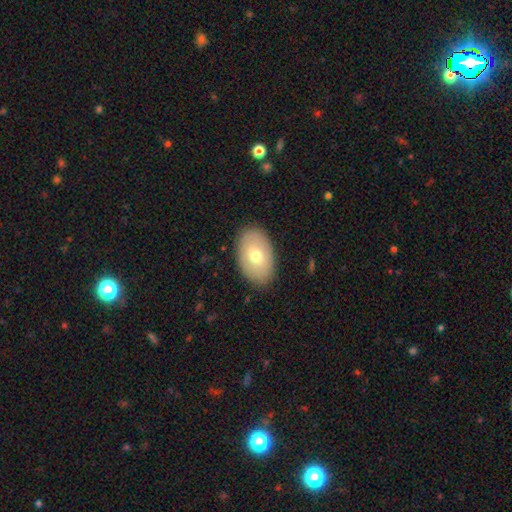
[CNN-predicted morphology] This is likely a smooth galaxy (66%). How rounded: clearly in between (90%). Merging: clearly none (87%).